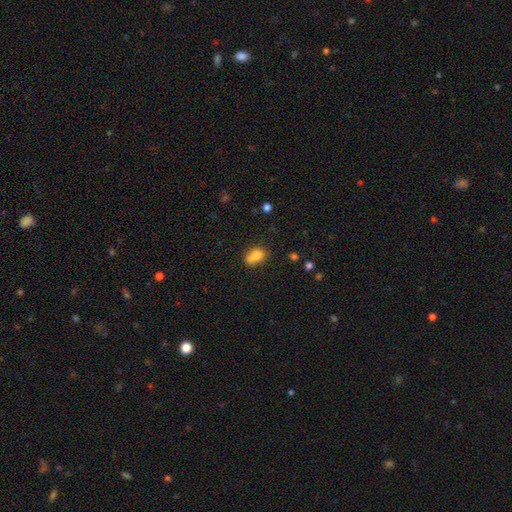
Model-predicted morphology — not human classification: smooth_or_featured: smooth (p=0.77) [alt: featured or disk p=0.13]
how_rounded: in between (p=0.72) [alt: round p=0.25]
merging: none (p=0.37) [alt: merger p=0.35]